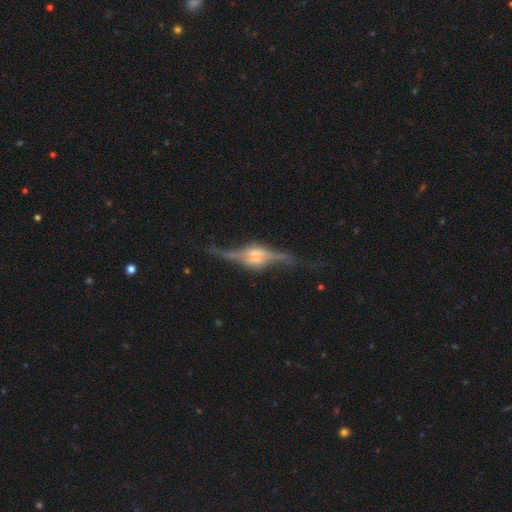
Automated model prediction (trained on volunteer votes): Smooth or featured?
  - featured or disk: 88% *
  - smooth: 6%
  - star or artifact: 6%
Edge-on disk?
  - yes: 88% *
  - no: 12%
Edge-on bulge?
  - rounded: 76% *
  - boxy: 21%
  - none: 3%
Merging?
  - none: 68% *
  - minor disturbance: 18%
  - major disturbance: 11%
  - merger: 3%